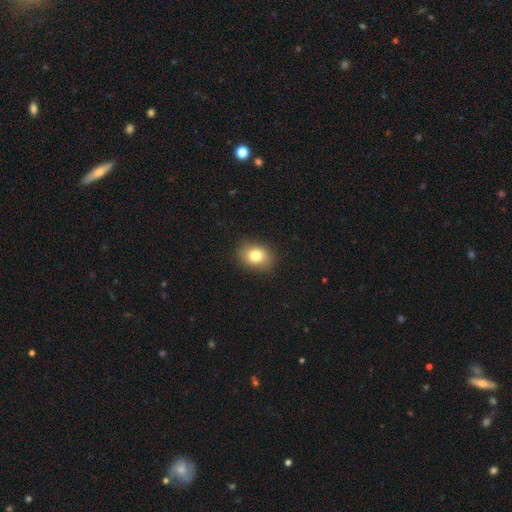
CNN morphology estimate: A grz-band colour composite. It shows a smooth galaxy with no disk features (80%) that is in between round and cigar-shaped (61%). Merging: none (87%).